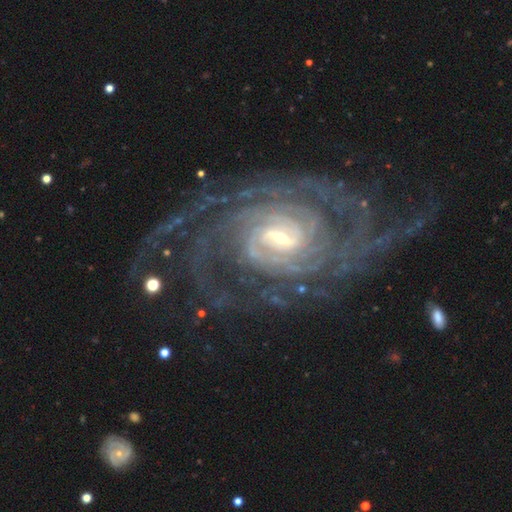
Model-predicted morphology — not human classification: Smooth or featured? Predicted: featured or disk (p=0.92). Edge-on disk? Predicted: no (p=0.97). Bar? Predicted: weak (p=0.47). Spiral arms? Predicted: yes (p=0.98). Spiral winding? Predicted: tight (p=0.68). Spiral arm count? Predicted: 2 (p=0.26). Bulge size? Predicted: small (p=0.49). Merging? Predicted: none (p=0.70).